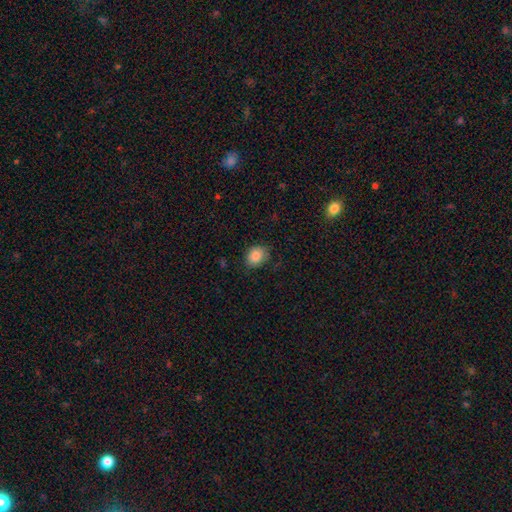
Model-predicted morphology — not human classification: This appears to be a smooth galaxy with no disk features (85%) that is in between round and cigar-shaped (53%). Merging: none (77%).